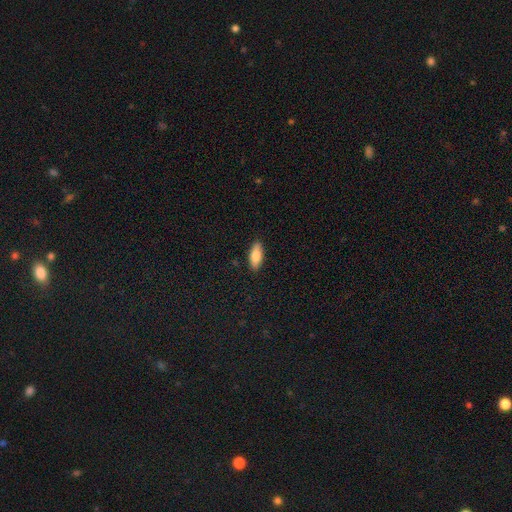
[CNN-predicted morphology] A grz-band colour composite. It shows a smooth galaxy with no disk features (78%) that is in between round and cigar-shaped (76%). Merging: none (89%).